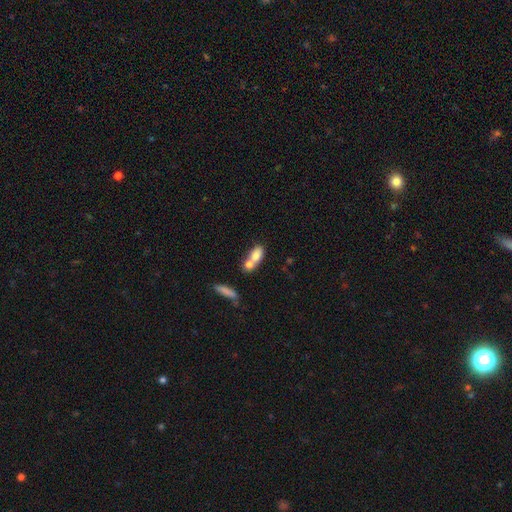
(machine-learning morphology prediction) Smooth or featured? Predicted: smooth (p=0.75). How rounded? Predicted: in between (p=0.76). Merging? Predicted: merger (p=0.55).